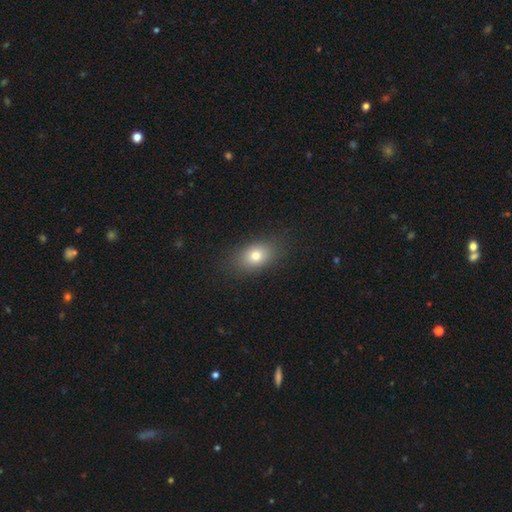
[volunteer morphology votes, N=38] Q: Smooth or featured?
A: smooth (71%); runner-up: featured or disk (21%)
Q: How rounded?
A: in between (93%); runner-up: round (7%)
Q: Merging?
A: none (97%); runner-up: minor disturbance (3%)